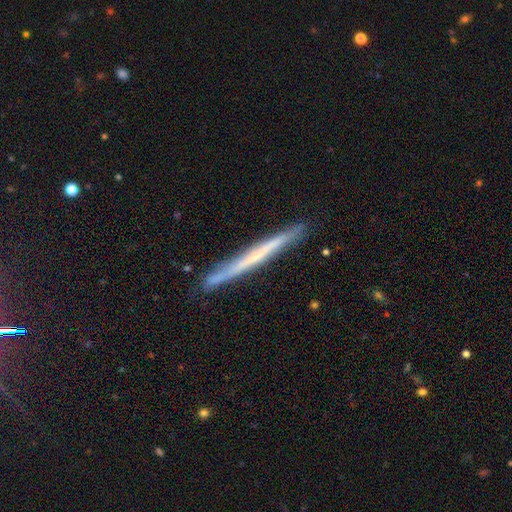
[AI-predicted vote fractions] Smooth or featured? featured or disk (55%)
Edge-on disk? yes (97%)
Edge-on bulge? none (85%)
Merging? none (89%)